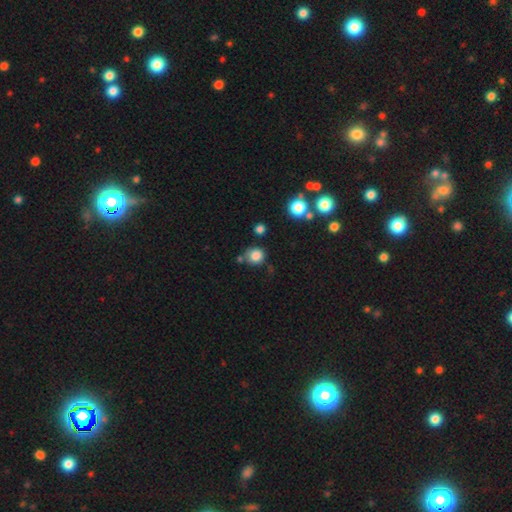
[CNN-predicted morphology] The model was most divided on "merging": none: 70%, minor disturbance: 16%, merger: 10%, major disturbance: 4%. More confident: how rounded — round (86%); smooth or featured — smooth (83%).